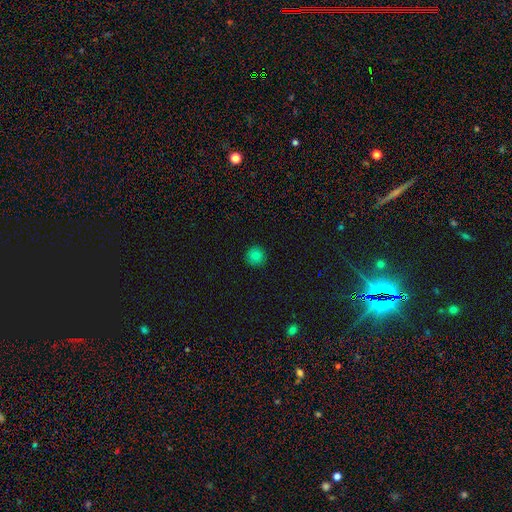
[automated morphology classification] Smooth or featured? smooth (81%)
How rounded? round (95%)
Merging? none (92%)